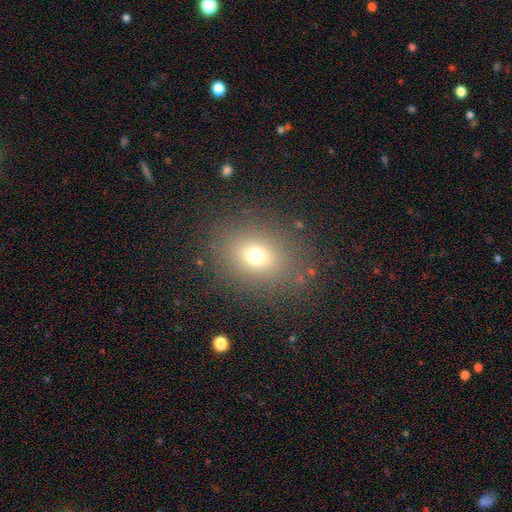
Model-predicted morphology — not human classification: Smooth or featured? Predicted: smooth (p=0.69). How rounded? Predicted: round (p=0.61). Merging? Predicted: none (p=0.83).